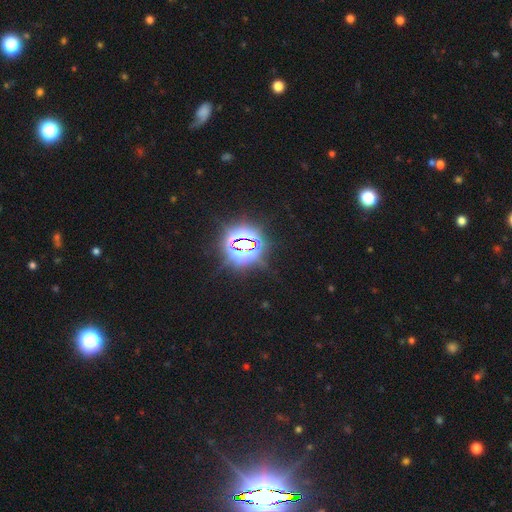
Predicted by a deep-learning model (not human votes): This appears to be a star or artifact, not a galaxy (82%).